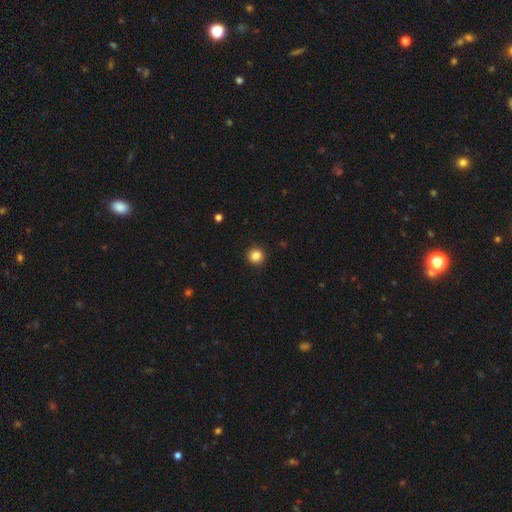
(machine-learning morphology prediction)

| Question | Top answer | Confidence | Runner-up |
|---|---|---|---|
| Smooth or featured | smooth | 86% | star or artifact (11%) |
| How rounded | round | 94% | in between (5%) |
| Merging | none | 92% | minor disturbance (5%) |